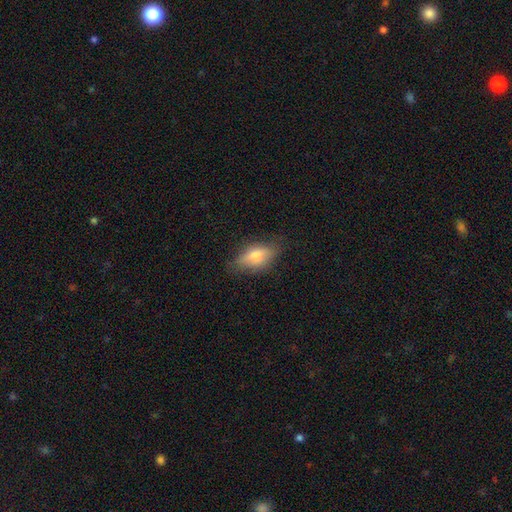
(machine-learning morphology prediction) Smooth or featured? Predicted: smooth (p=0.67). How rounded? Predicted: in between (p=0.82). Merging? Predicted: none (p=0.74).